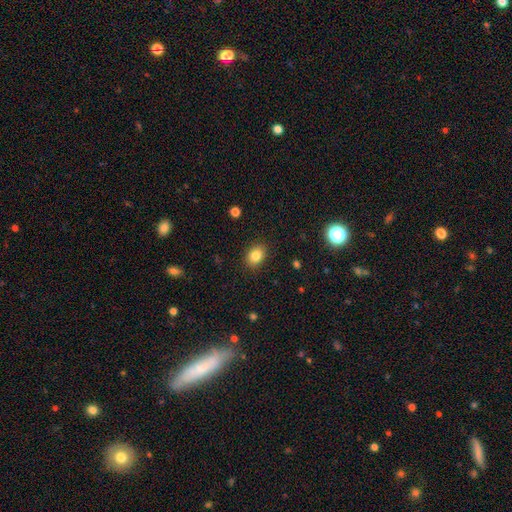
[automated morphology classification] Q: Smooth or featured?
A: smooth (83%); runner-up: star or artifact (10%)
Q: How rounded?
A: in between (63%); runner-up: round (36%)
Q: Merging?
A: none (88%); runner-up: minor disturbance (8%)